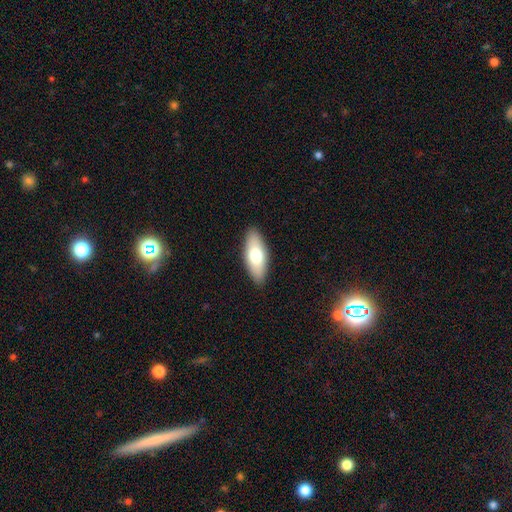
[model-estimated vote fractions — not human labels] Morphology: type=smooth (69%); roundness=in between (81%); merging=none (89%).